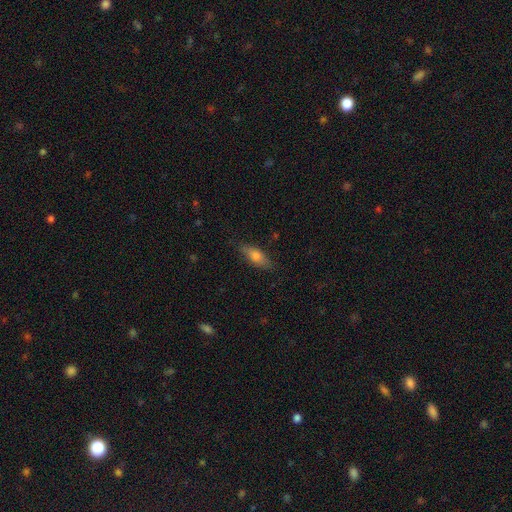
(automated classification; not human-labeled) Overall: smooth (70%). How rounded: in between (65%; cigar-shaped 32%). Merging: none (81%).